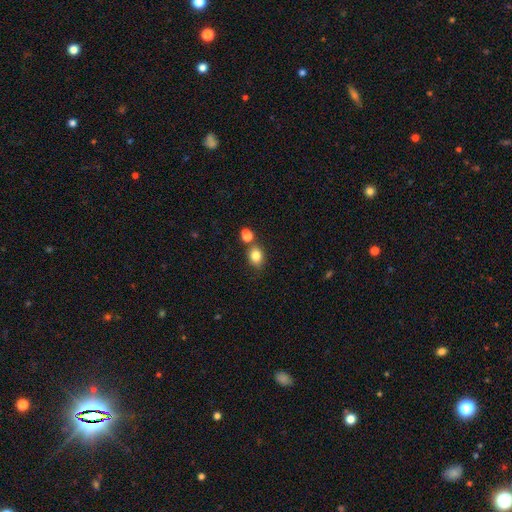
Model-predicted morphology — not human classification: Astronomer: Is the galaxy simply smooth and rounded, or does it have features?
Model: smooth — 81%.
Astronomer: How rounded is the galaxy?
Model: in between — 55% (runner-up: round, 44%).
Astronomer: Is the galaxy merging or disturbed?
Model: none — 63%.